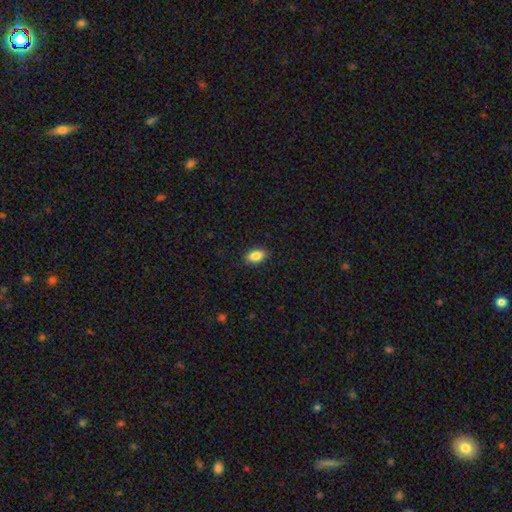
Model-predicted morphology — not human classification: smooth_or_featured: smooth (p=0.84) [alt: featured or disk p=0.08]
how_rounded: in between (p=0.88) [alt: round p=0.06]
merging: none (p=0.89) [alt: minor disturbance p=0.08]